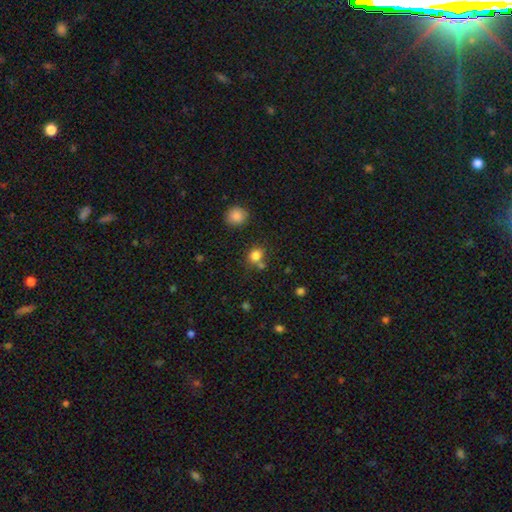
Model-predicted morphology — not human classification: Smooth or featured?
  - smooth: 81% *
  - star or artifact: 13%
  - featured or disk: 6%
How rounded?
  - round: 63% *
  - in between: 36%
  - cigar-shaped: 1%
Merging?
  - none: 61% *
  - merger: 21%
  - minor disturbance: 13%
  - major disturbance: 5%